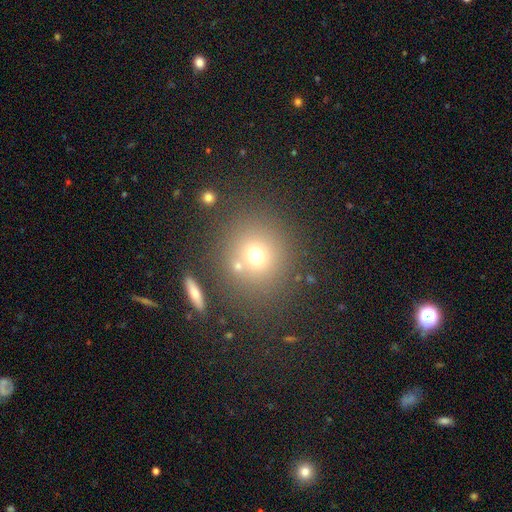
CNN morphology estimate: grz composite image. It shows a smooth galaxy with no disk features (68%) that is round (86%). Merging: none (75%).